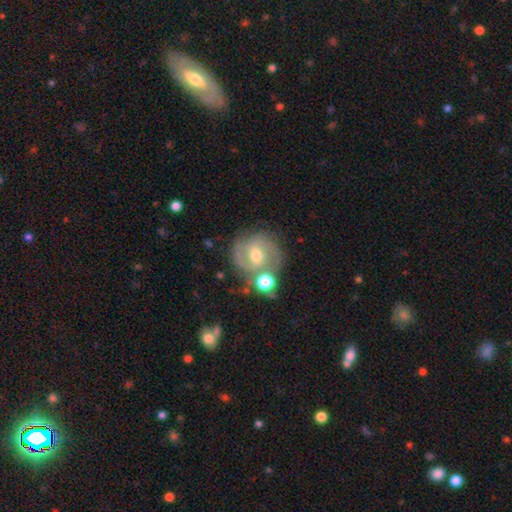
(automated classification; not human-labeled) Q: Smooth or featured?
A: featured or disk (70%); runner-up: smooth (17%)
Q: Edge-on disk?
A: no (97%); runner-up: yes (3%)
Q: Bar?
A: no (47%); runner-up: weak (40%)
Q: Spiral arms?
A: yes (86%); runner-up: no (14%)
Q: Spiral winding?
A: tight (54%); runner-up: medium (35%)
Q: Spiral arm count?
A: 2 (57%); runner-up: can't tell (22%)
Q: Bulge size?
A: moderate (64%); runner-up: small (29%)
Q: Merging?
A: none (67%); runner-up: minor disturbance (14%)